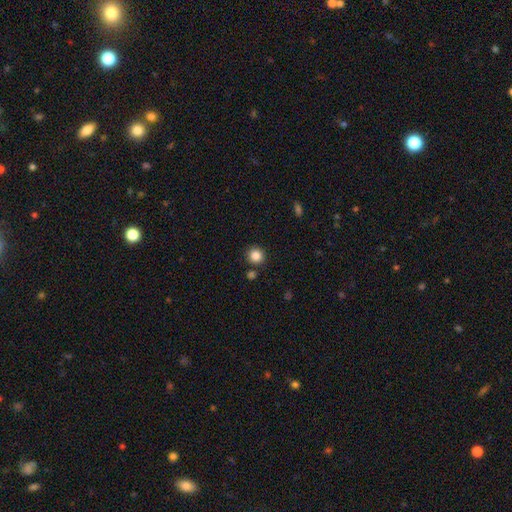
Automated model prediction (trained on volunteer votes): smooth 85%, star or artifact 11%, featured or disk 4%. Down the decision tree: how rounded — round (92%); merging — none (86%).